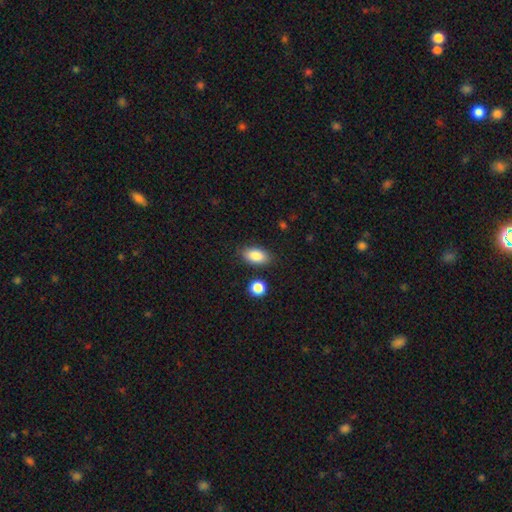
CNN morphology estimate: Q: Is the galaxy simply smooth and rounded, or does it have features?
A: smooth — 87%.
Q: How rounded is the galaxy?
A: in between — 91%.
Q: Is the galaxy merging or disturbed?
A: none — 84%.